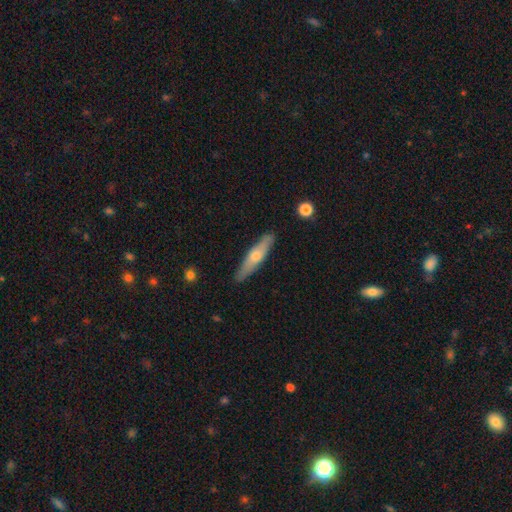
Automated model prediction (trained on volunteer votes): Q: Smooth or featured?
A: smooth (47%); tied with: featured or disk (47%)
Q: Merging?
A: none (88%); runner-up: minor disturbance (9%)